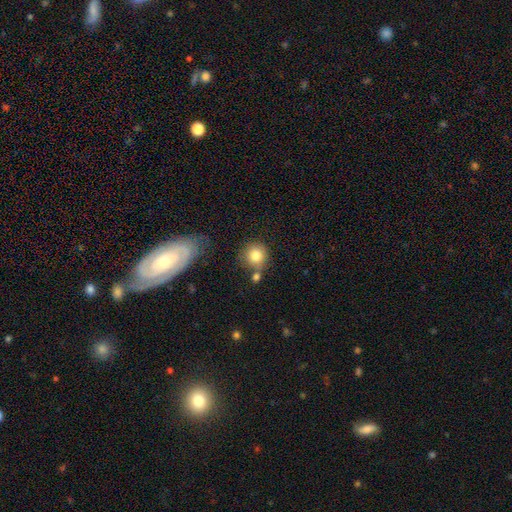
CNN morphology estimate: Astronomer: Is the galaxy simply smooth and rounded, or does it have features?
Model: smooth — 81%.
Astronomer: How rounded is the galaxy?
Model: round — 89%.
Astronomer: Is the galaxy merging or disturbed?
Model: none — 65%.